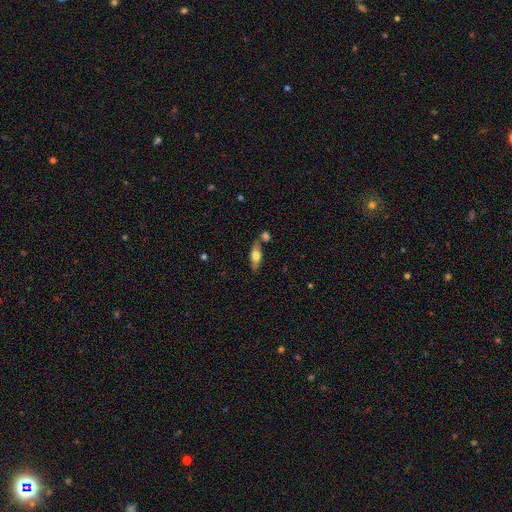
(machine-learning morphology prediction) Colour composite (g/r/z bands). It shows a smooth galaxy with no disk features (62%) that is in between round and cigar-shaped (65%). Merging: none (69%).